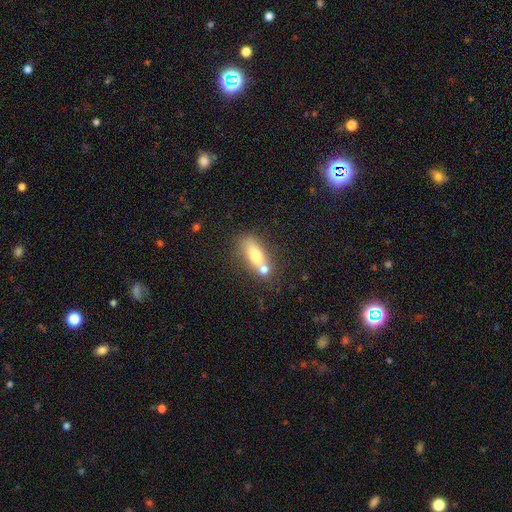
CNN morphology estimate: This appears to be a smooth galaxy with no disk features (65%) that is in between round and cigar-shaped (68%). Merging: none (45%).